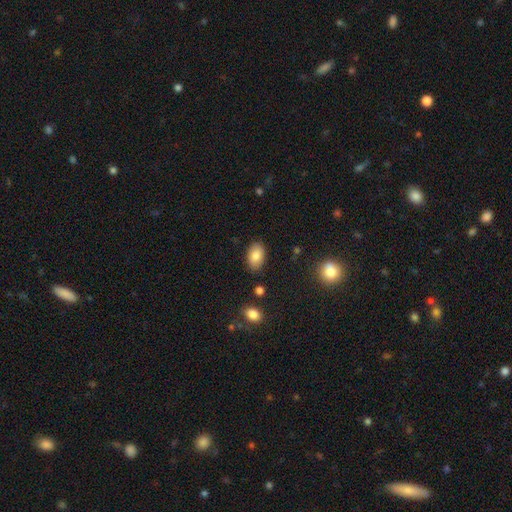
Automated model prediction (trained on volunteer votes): smooth 83%, featured or disk 9%, star or artifact 8%. Down the decision tree: how rounded — in between (91%); merging — none (85%).